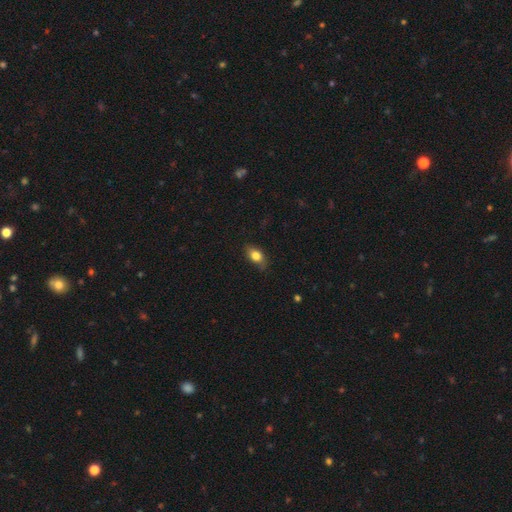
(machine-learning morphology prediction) A smooth galaxy with no disk features (79%) that is in between round and cigar-shaped (83%). Merging: none (75%).